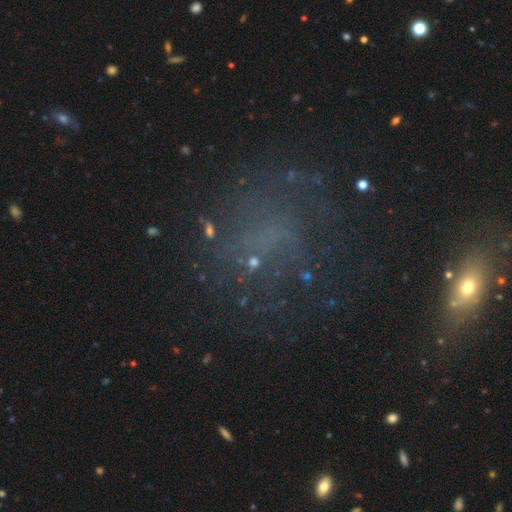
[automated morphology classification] featured or disk 37%, star or artifact 35%, smooth 28%. Down the decision tree: merging — none (59%).